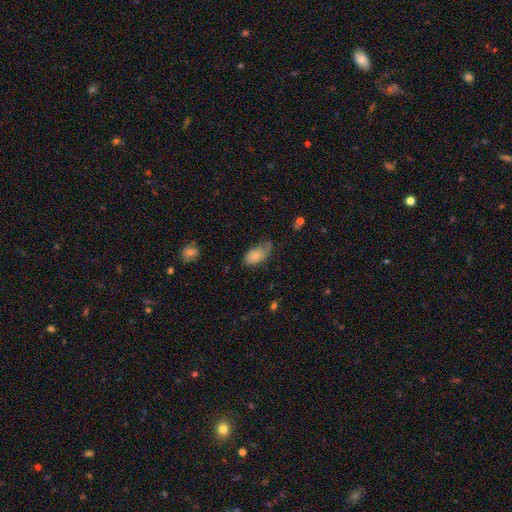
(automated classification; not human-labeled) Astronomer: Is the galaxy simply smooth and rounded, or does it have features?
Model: smooth — 70%.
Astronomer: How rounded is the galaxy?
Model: in between — 92%.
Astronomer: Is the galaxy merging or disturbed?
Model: none — 42% (runner-up: minor disturbance, 39%).